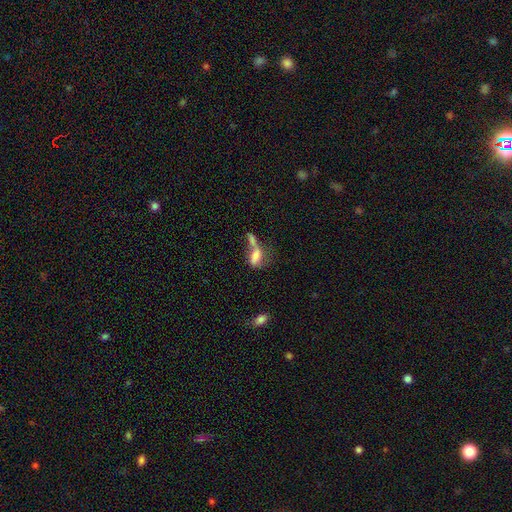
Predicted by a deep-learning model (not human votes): smooth-or-featured: smooth: 62% | featured or disk: 27% | star or artifact: 11%
  how-rounded: in between: 79% | cigar-shaped: 13% | round: 8%
  merging: merger: 56% | none: 20% | major disturbance: 13% | minor disturbance: 11%